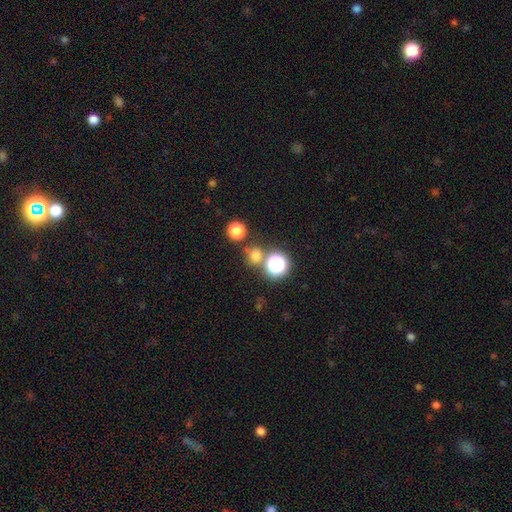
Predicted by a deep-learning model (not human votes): smooth 65%, star or artifact 28%, featured or disk 7%. Down the decision tree: how rounded — round (85%); merging — none (70%).